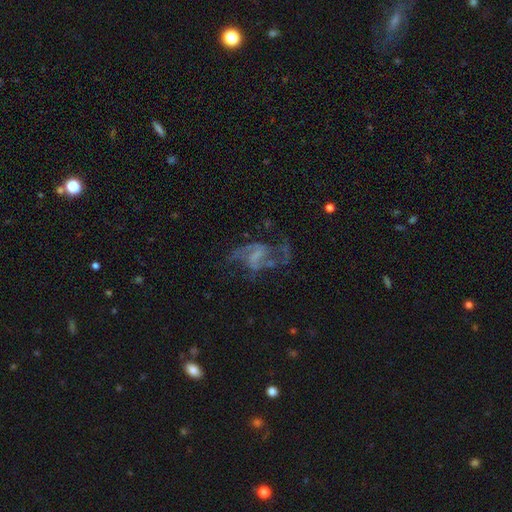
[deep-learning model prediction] This is likely a featured or disk galaxy (76%). It is clearly not viewed edge-on (97%). Bar: possibly weak (45%). Spiral arm pattern: clearly yes (82%). Spiral arm count: likely 2 (79%). Spiral winding: possibly loose (56%). Central bulge: possibly none (56%). Merging: possibly none (47%).